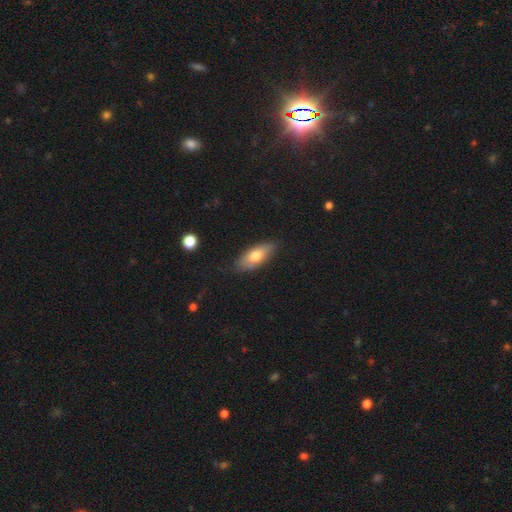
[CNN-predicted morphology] Smooth or featured? Predicted: smooth (p=0.70). How rounded? Predicted: in between (p=0.78). Merging? Predicted: none (p=0.80).